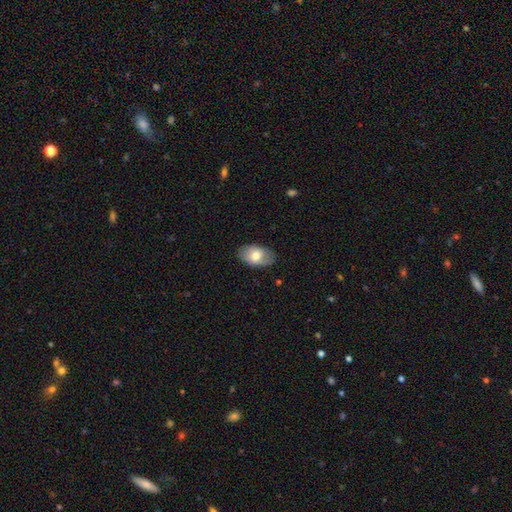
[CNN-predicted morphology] A smooth galaxy with no disk features (68%) that is in between round and cigar-shaped (91%).

Vote fractions:
- Smooth or featured? smooth: 68% / featured or disk: 25% / star or artifact: 7%
- How rounded? in between: 91% / round: 7% / cigar-shaped: 1%
- Merging? none: 82% / minor disturbance: 14% / major disturbance: 3% / merger: 1%